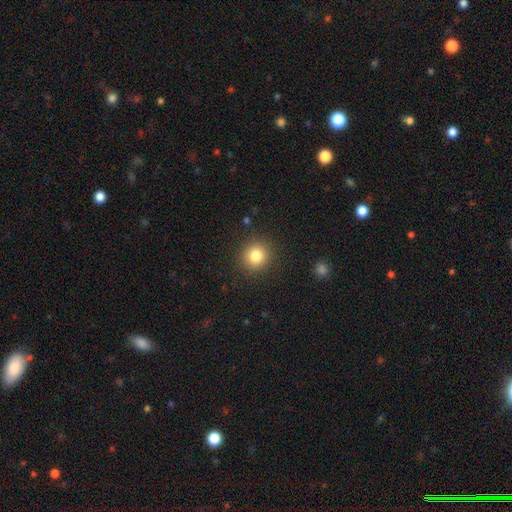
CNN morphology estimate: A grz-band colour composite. It shows a smooth galaxy with no disk features (82%) that is round (89%). Merging: none (89%).